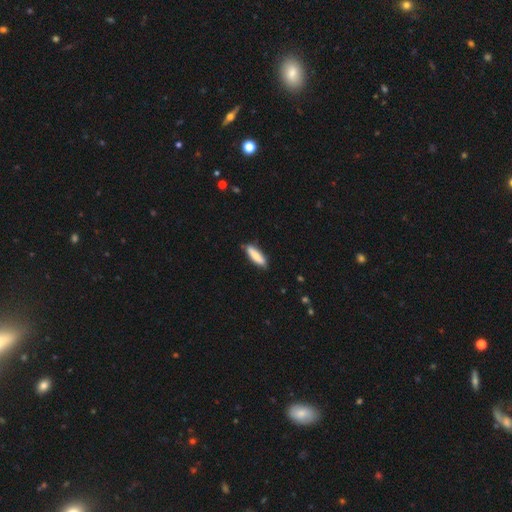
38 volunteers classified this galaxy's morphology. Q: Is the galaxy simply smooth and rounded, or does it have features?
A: smooth — 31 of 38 (82%).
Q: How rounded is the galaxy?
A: cigar-shaped — 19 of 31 (61%).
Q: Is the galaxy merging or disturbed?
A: none — 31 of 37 (84%).